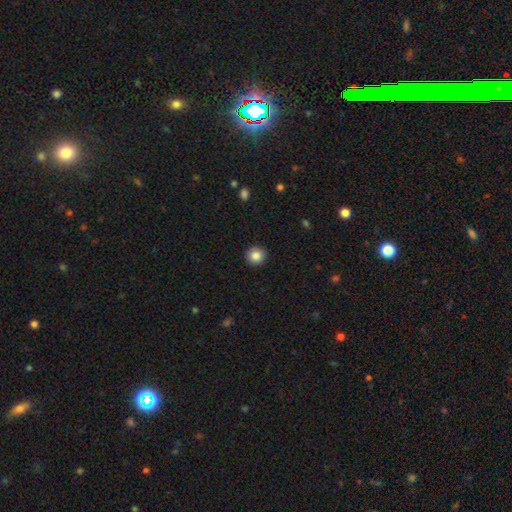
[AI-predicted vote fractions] Smooth or featured?
  - smooth: 86% *
  - star or artifact: 9%
  - featured or disk: 5%
How rounded?
  - round: 92% *
  - in between: 7%
  - cigar-shaped: 1%
Merging?
  - none: 92% *
  - minor disturbance: 5%
  - major disturbance: 2%
  - merger: 1%